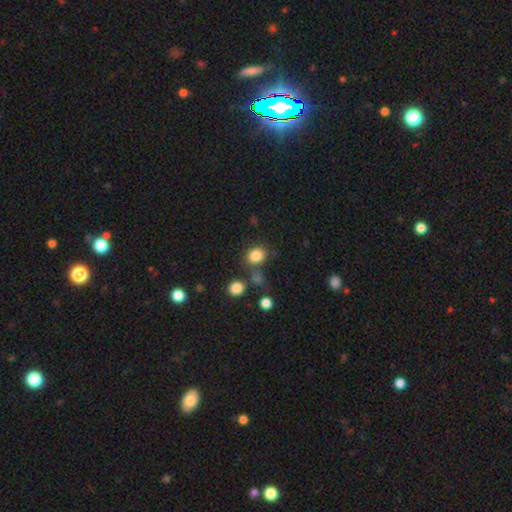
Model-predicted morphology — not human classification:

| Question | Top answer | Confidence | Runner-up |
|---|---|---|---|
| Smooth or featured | smooth | 83% | star or artifact (11%) |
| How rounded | round | 61% | in between (38%) |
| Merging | none | 69% | minor disturbance (13%) |